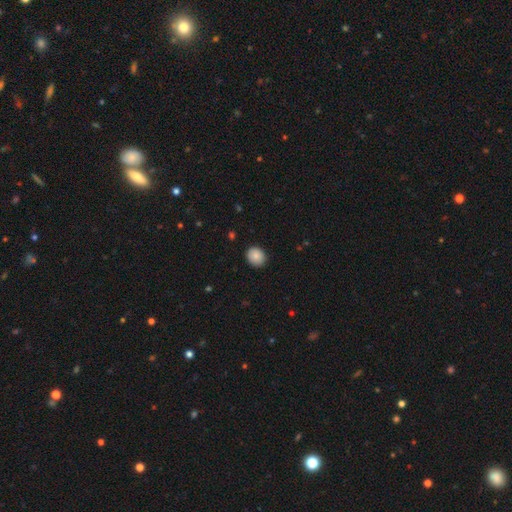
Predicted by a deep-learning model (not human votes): smooth-or-featured: smooth: 87% | star or artifact: 8% | featured or disk: 5%
  how-rounded: round: 65% | in between: 34% | cigar-shaped: 1%
  merging: none: 89% | minor disturbance: 8% | major disturbance: 2% | merger: 1%